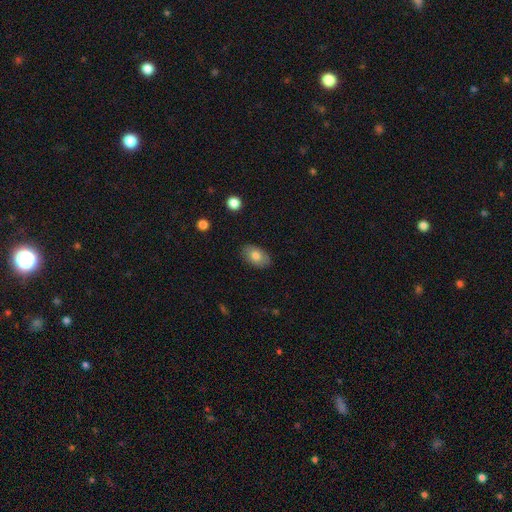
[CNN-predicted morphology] smooth-or-featured: smooth: 78% | featured or disk: 14% | star or artifact: 8%
  how-rounded: in between: 89% | round: 10% | cigar-shaped: 1%
  merging: none: 85% | minor disturbance: 12% | major disturbance: 3% | merger: 1%